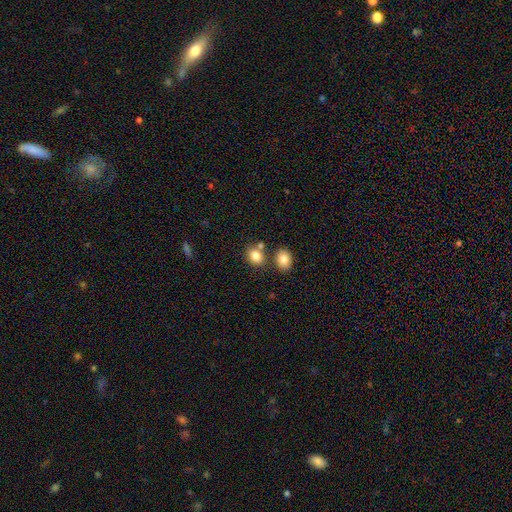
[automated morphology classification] Smooth or featured: smooth — 82% (star or artifact — 10%)
How rounded: in between — 51% (round — 48%)
Merging: none — 63% (merger — 22%)